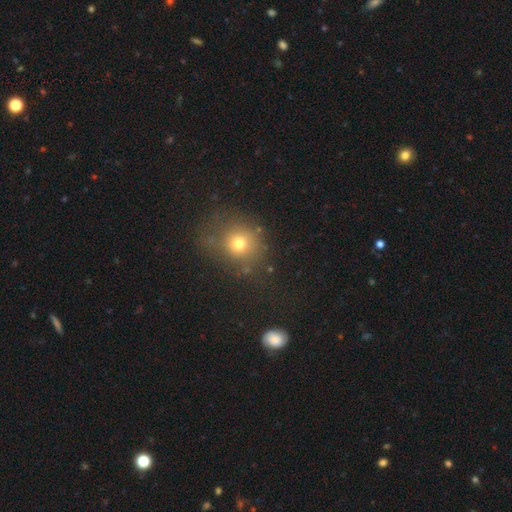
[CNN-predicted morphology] This appears to be a smooth galaxy with no disk features (53%) that is round (76%). Merging: none (73%).